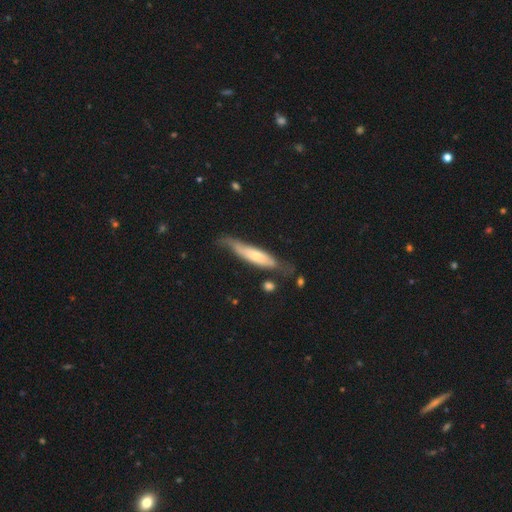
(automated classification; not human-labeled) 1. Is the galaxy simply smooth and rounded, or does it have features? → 51% smooth, 44% featured or disk, 6% star or artifact.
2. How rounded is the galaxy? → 77% cigar-shaped, 22% in between, 2% round.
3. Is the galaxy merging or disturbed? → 51% none, 31% minor disturbance, 14% major disturbance, 4% merger.